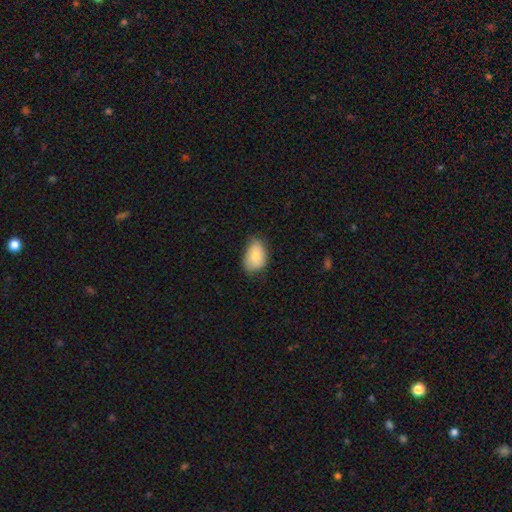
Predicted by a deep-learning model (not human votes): A smooth galaxy with no disk features (75%) that is in between round and cigar-shaped (84%).

Vote fractions:
- Smooth or featured? smooth: 75% / featured or disk: 18% / star or artifact: 7%
- How rounded? in between: 84% / round: 15% / cigar-shaped: 1%
- Merging? none: 63% / minor disturbance: 31% / major disturbance: 5% / merger: 1%